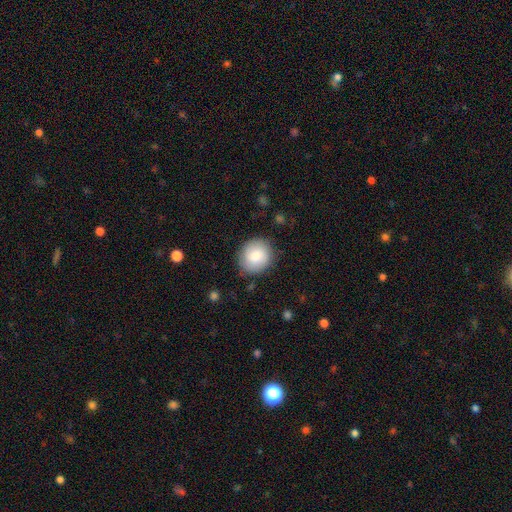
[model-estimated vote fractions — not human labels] This appears to be a smooth galaxy with no disk features (78%) that is round (84%). Merging: none (85%).